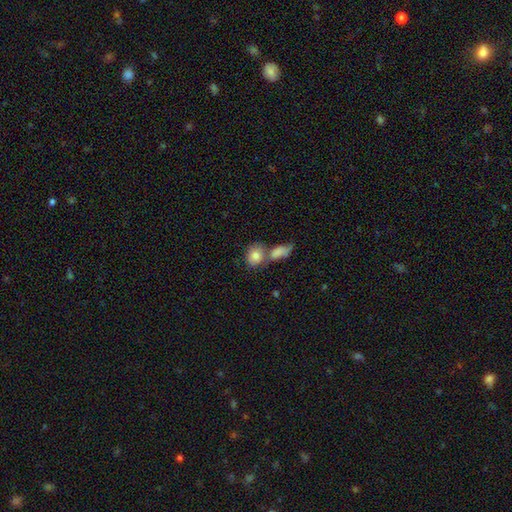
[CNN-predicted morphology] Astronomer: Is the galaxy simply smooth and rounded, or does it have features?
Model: smooth — 81%.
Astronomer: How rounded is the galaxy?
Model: in between — 50% (runner-up: round, 48%).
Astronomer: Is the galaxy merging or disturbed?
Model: merger — 47% (runner-up: none, 37%).